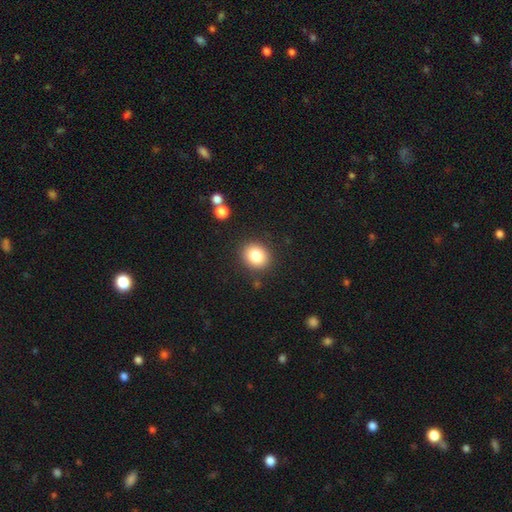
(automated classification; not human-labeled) The model was most divided on "how rounded": round: 72%, in between: 28%, cigar-shaped: 1%. More confident: merging — none (88%); smooth or featured — smooth (82%).